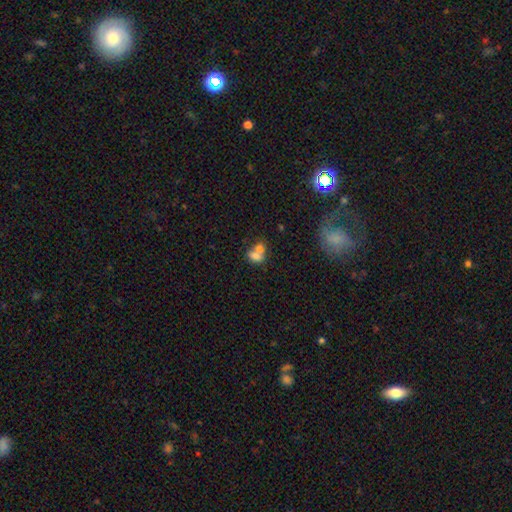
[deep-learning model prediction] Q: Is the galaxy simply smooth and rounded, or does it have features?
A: smooth — 72%.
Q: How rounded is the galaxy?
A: in between — 67%.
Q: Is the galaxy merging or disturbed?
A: merger — 66%.